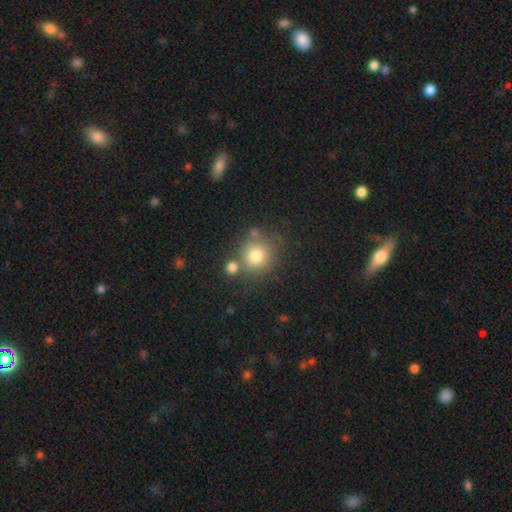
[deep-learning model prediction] Q: Smooth or featured?
A: smooth (77%); runner-up: star or artifact (12%)
Q: How rounded?
A: round (87%); runner-up: in between (12%)
Q: Merging?
A: none (64%); runner-up: merger (18%)